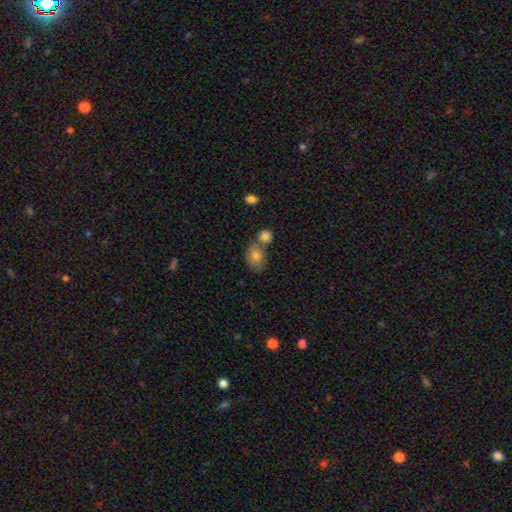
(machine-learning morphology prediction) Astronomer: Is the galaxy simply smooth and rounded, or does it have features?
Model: smooth — 78%.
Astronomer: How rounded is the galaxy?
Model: in between — 67%.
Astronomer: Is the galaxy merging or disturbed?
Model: none — 43% (runner-up: merger, 40%).